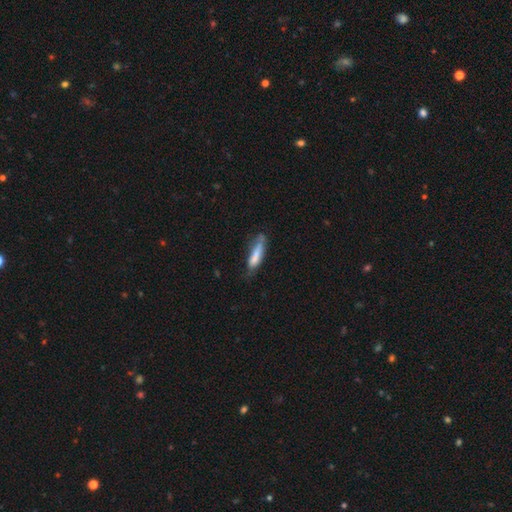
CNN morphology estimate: smooth_or_featured: smooth (p=0.73) [alt: featured or disk p=0.21]
how_rounded: cigar-shaped (p=0.73) [alt: in between p=0.26]
merging: none (p=0.50) [alt: minor disturbance p=0.33]